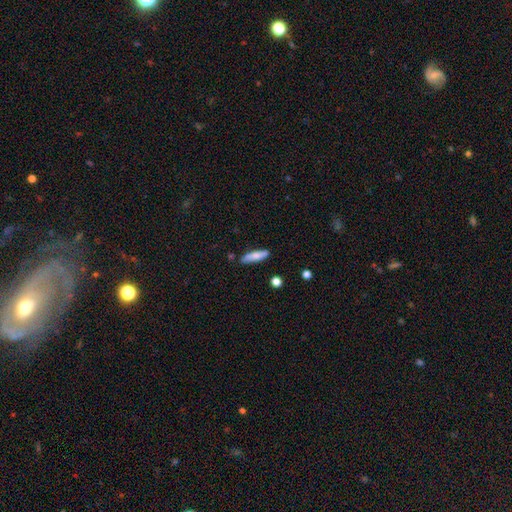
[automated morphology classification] This is likely a smooth galaxy (77%). How rounded: likely cigar-shaped (69%). Merging: clearly none (82%).